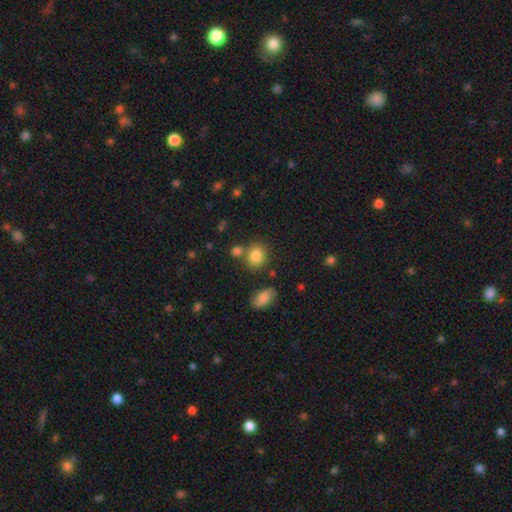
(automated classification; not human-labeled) Smooth or featured: smooth — 83% (star or artifact — 11%)
How rounded: round — 71% (in between — 28%)
Merging: none — 70% (merger — 15%)